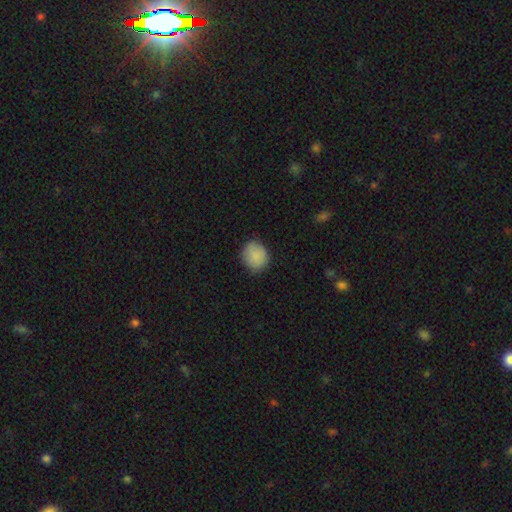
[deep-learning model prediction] Smooth or featured: smooth — 87% (star or artifact — 8%)
How rounded: round — 71% (in between — 28%)
Merging: none — 79% (minor disturbance — 17%)